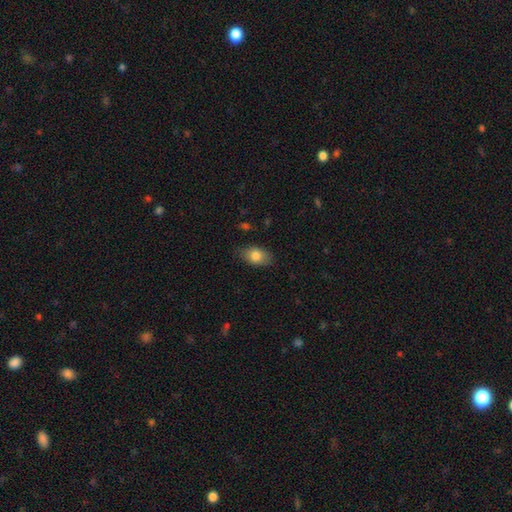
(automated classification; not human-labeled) smooth-or-featured: smooth: 81% | featured or disk: 11% | star or artifact: 8%
  how-rounded: in between: 87% | round: 11% | cigar-shaped: 2%
  merging: none: 82% | minor disturbance: 14% | major disturbance: 3% | merger: 1%